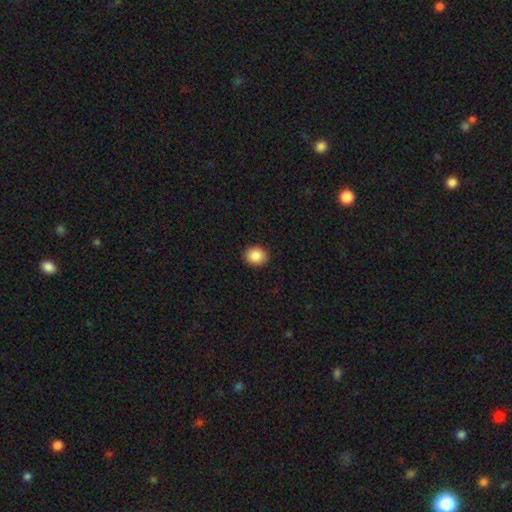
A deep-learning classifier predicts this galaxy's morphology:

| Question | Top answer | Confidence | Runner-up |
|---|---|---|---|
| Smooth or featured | smooth | 88% | star or artifact (8%) |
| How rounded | round | 65% | in between (34%) |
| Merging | none | 91% | minor disturbance (6%) |